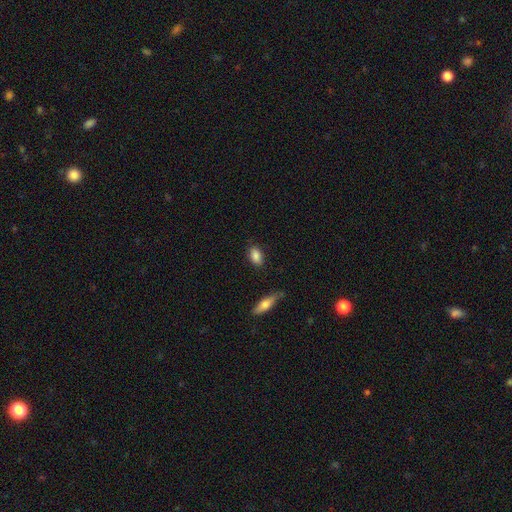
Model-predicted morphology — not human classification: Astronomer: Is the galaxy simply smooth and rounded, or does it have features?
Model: smooth — 87%.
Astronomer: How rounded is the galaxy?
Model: in between — 88%.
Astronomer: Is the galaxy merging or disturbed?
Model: none — 83%.